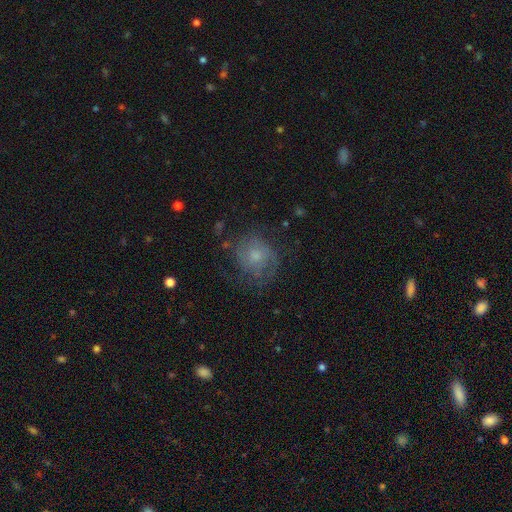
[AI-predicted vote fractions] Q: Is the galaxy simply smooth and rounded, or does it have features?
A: featured or disk — 50%.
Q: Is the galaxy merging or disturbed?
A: none — 61%.